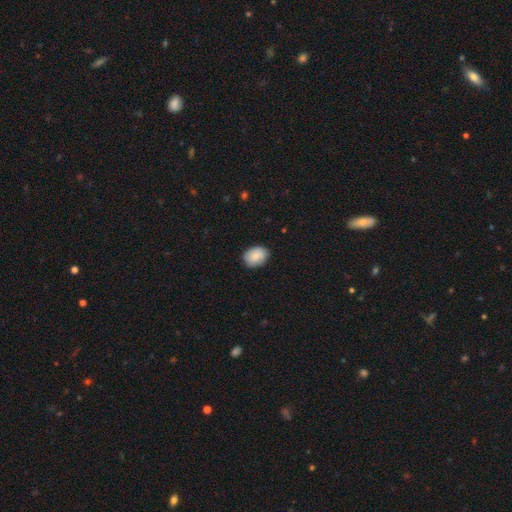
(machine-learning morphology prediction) This appears to be a smooth galaxy with no disk features (85%) that is in between round and cigar-shaped (70%). Merging: none (82%).